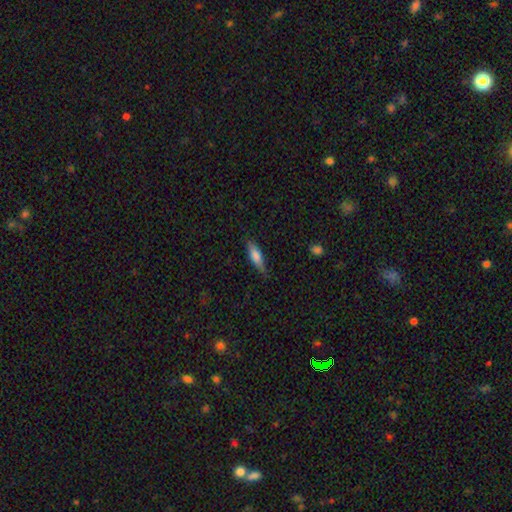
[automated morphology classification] Smooth or featured: smooth — 75% (featured or disk — 18%)
How rounded: cigar-shaped — 53% (in between — 45%)
Merging: none — 74% (minor disturbance — 20%)